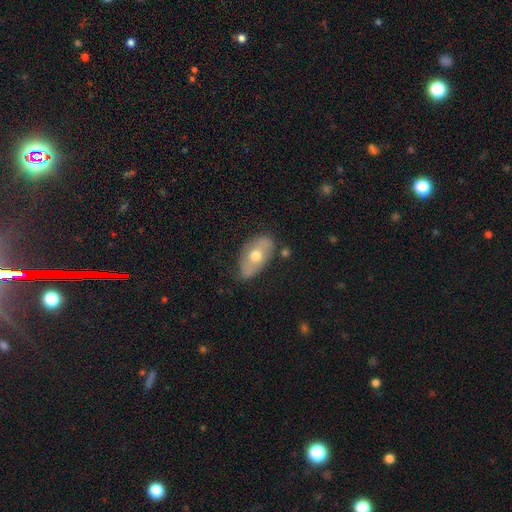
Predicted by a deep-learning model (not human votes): Smooth or featured: smooth — 50% (featured or disk — 43%)
Merging: none — 72% (minor disturbance — 21%)